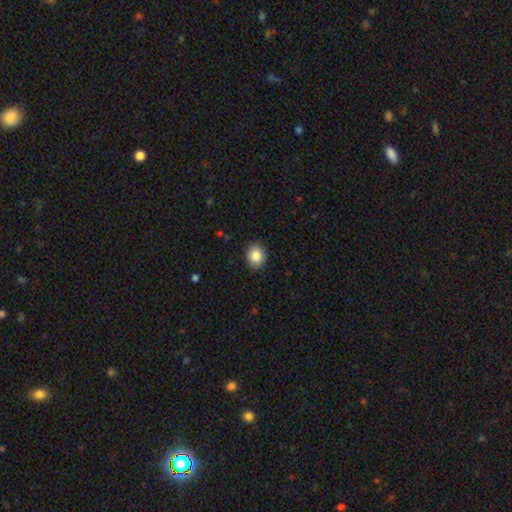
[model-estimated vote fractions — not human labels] smooth-or-featured: smooth: 85% | star or artifact: 9% | featured or disk: 6%
  how-rounded: round: 62% | in between: 38% | cigar-shaped: 1%
  merging: none: 90% | minor disturbance: 7% | major disturbance: 2% | merger: 1%